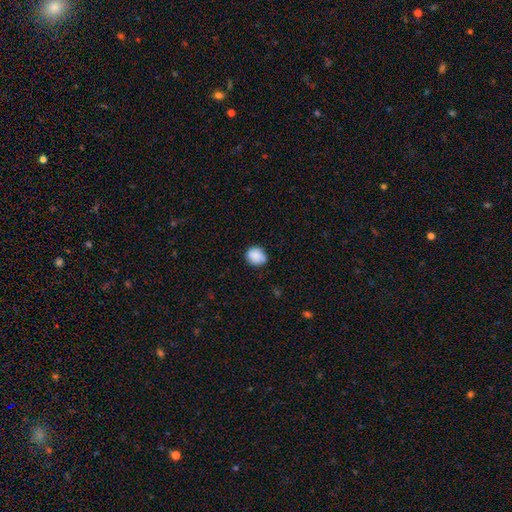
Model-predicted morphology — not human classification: Smooth or featured?
  - smooth: 85% *
  - star or artifact: 8%
  - featured or disk: 7%
How rounded?
  - round: 76% *
  - in between: 24%
  - cigar-shaped: 1%
Merging?
  - none: 77% *
  - minor disturbance: 18%
  - major disturbance: 3%
  - merger: 1%